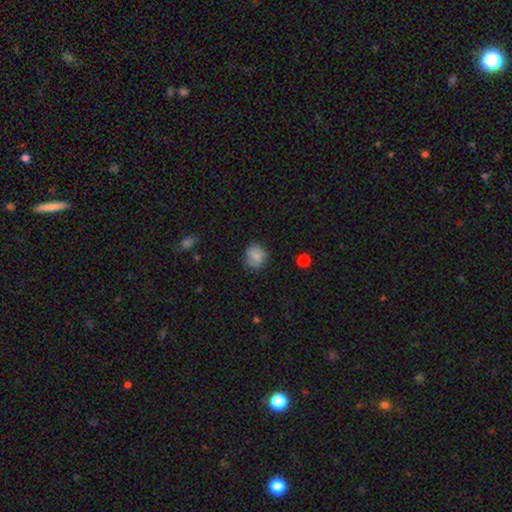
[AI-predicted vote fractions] smooth 77%, featured or disk 14%, star or artifact 9%. Down the decision tree: how rounded — round (73%); merging — none (70%).